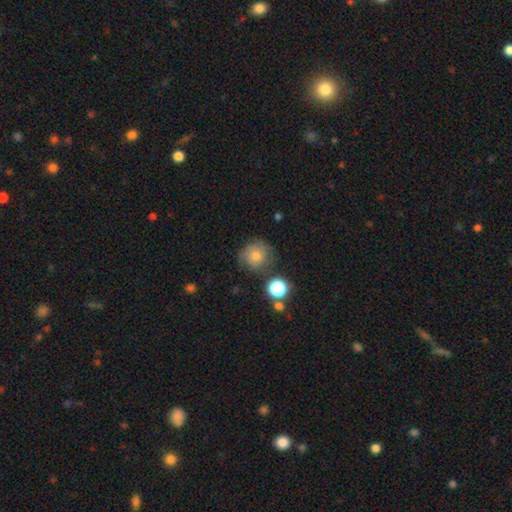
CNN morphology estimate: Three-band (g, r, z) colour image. It shows a smooth galaxy with no disk features (62%) that is round (88%). Merging: none (69%).